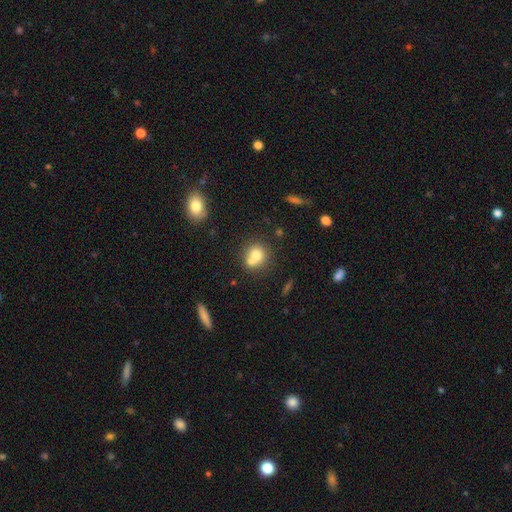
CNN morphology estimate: type=smooth (73%); roundness=round (83%); merging=none (45%).